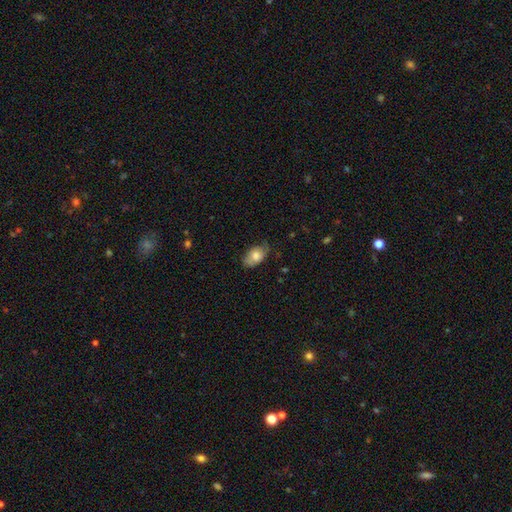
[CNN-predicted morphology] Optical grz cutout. It shows a smooth galaxy with no disk features (73%) that is in between round and cigar-shaped (90%). Merging: none (65%).